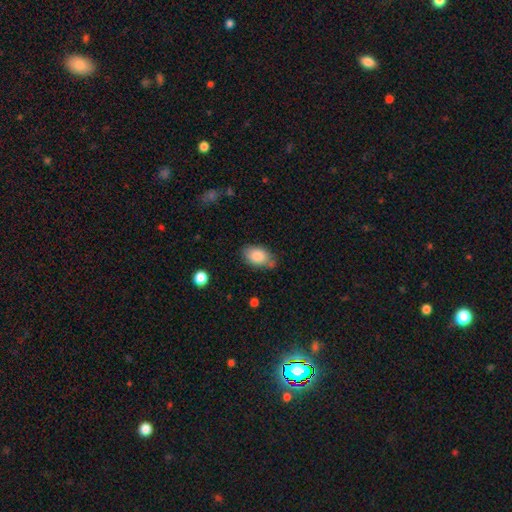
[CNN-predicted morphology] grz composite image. It shows a smooth galaxy with no disk features (84%) that is in between round and cigar-shaped (90%). Merging: none (70%).